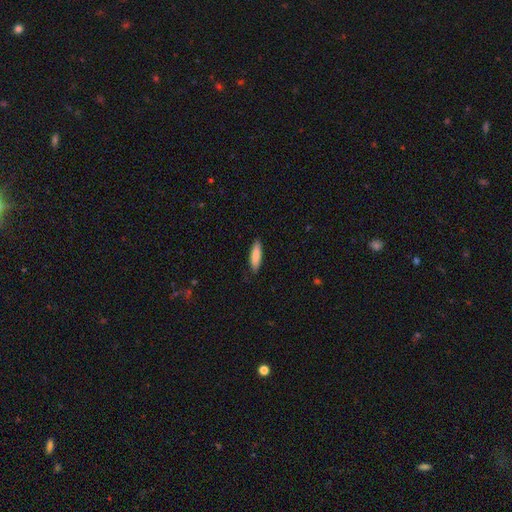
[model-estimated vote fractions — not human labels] Smooth or featured: smooth — 84% (featured or disk — 10%)
How rounded: cigar-shaped — 60% (in between — 39%)
Merging: none — 86% (minor disturbance — 11%)